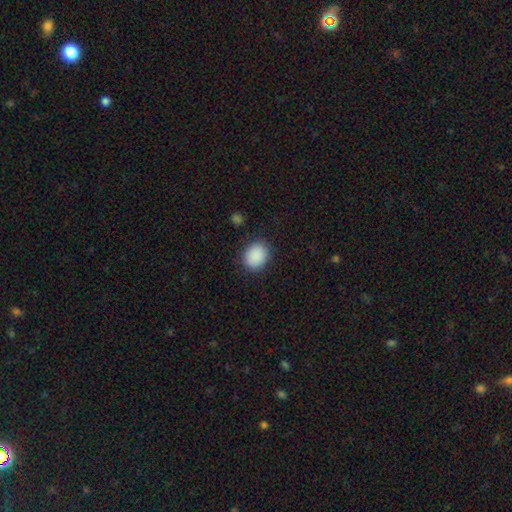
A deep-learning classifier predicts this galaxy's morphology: Smooth or featured? smooth (90%)
How rounded? round (57%)
Merging? none (88%)